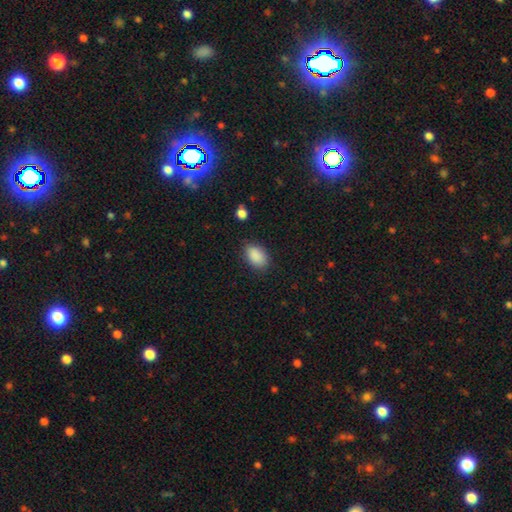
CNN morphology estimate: type=smooth (89%); roundness=in between (88%); merging=none (80%).